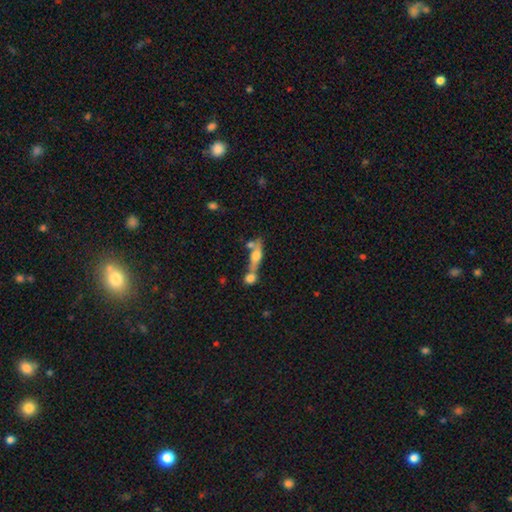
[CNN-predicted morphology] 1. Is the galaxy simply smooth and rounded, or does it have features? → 47% featured or disk, 44% smooth, 9% star or artifact.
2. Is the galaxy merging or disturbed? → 45% merger, 38% none, 11% minor disturbance, 6% major disturbance.